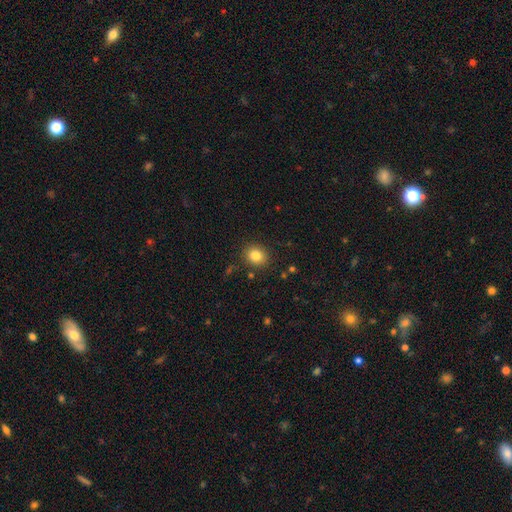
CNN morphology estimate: This appears to be a smooth galaxy with no disk features (82%) that is round (70%). Merging: none (88%).